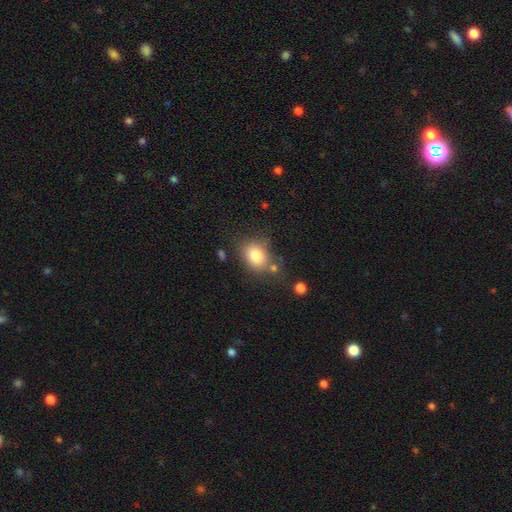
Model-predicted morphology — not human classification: Q: Smooth or featured?
A: smooth (82%); runner-up: star or artifact (9%)
Q: How rounded?
A: in between (58%); runner-up: round (41%)
Q: Merging?
A: none (64%); runner-up: minor disturbance (19%)